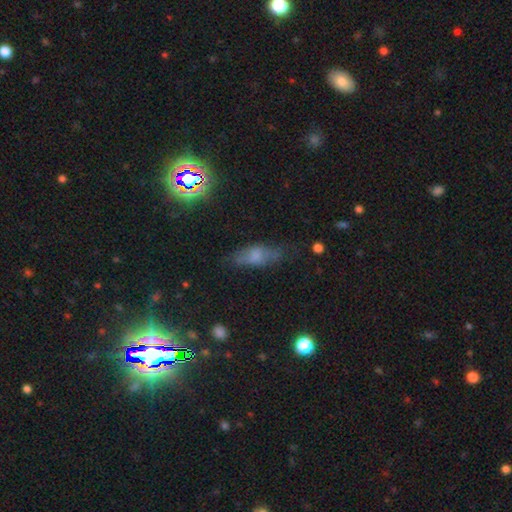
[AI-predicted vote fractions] Smooth or featured? smooth (56%)
How rounded? in between (64%)
Merging? none (66%)